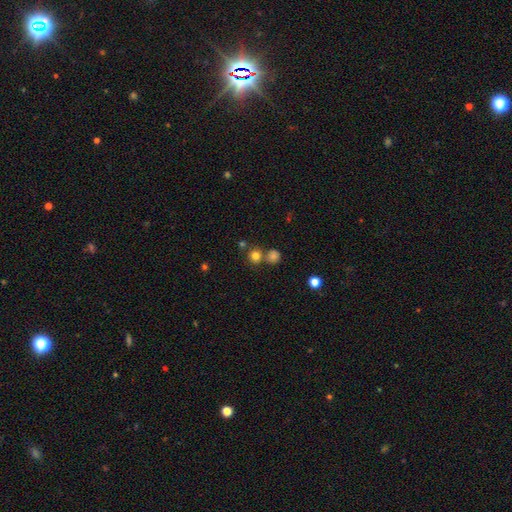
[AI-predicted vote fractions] The model was most divided on "merging": none: 69%, merger: 20%, minor disturbance: 7%, major disturbance: 3%. More confident: how rounded — round (91%); smooth or featured — smooth (78%).